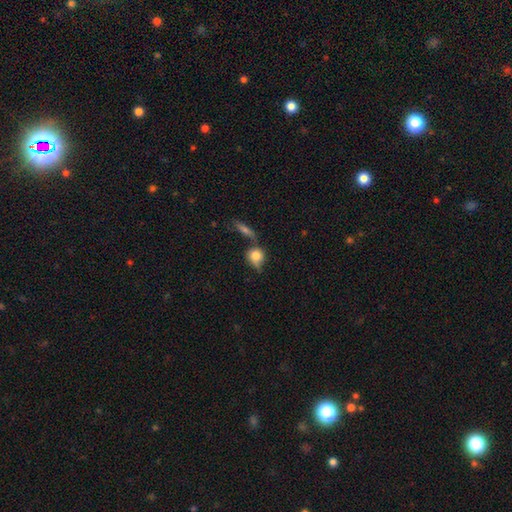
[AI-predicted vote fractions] Overall: smooth (70%). How rounded: round (75%). Merging: none (47%; merger 24%).